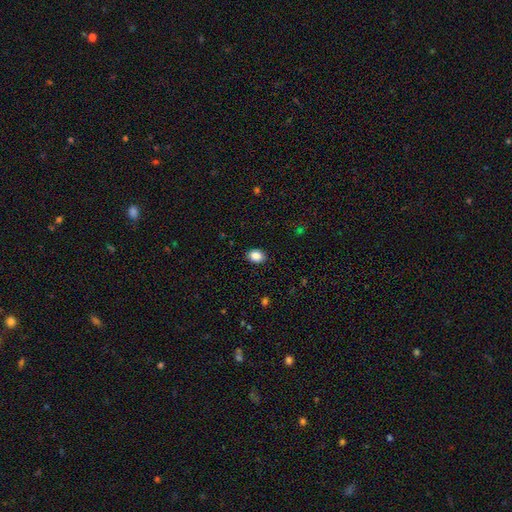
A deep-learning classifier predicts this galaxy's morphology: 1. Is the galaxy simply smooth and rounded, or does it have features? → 87% smooth, 9% star or artifact, 4% featured or disk.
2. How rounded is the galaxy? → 70% in between, 29% round, 1% cigar-shaped.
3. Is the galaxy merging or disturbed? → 88% none, 9% minor disturbance, 2% major disturbance, 1% merger.